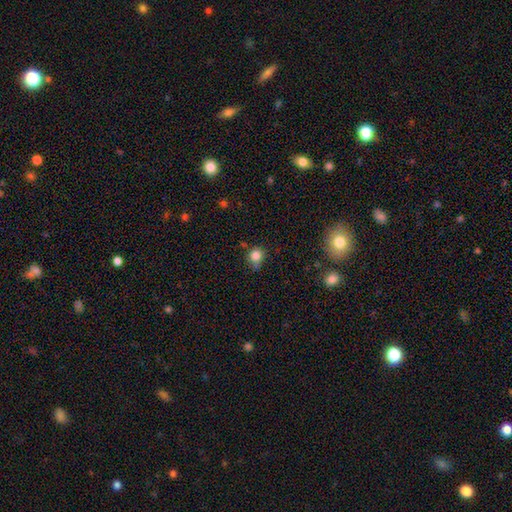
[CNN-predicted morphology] Q: Smooth or featured?
A: smooth (82%); runner-up: star or artifact (12%)
Q: How rounded?
A: round (82%); runner-up: in between (17%)
Q: Merging?
A: none (64%); runner-up: minor disturbance (23%)